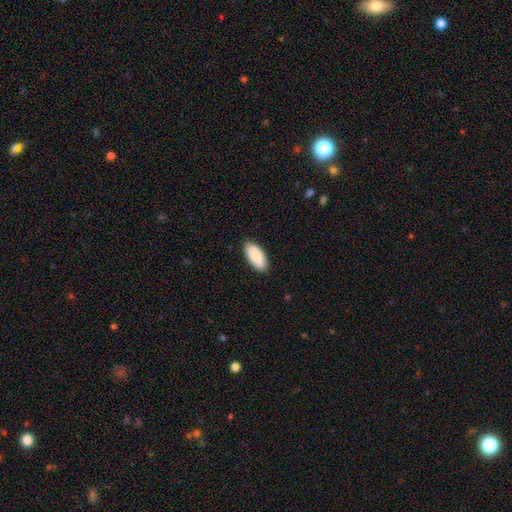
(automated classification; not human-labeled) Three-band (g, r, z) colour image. It shows a smooth galaxy with no disk features (90%) that is in between round and cigar-shaped (91%). Merging: none (88%).